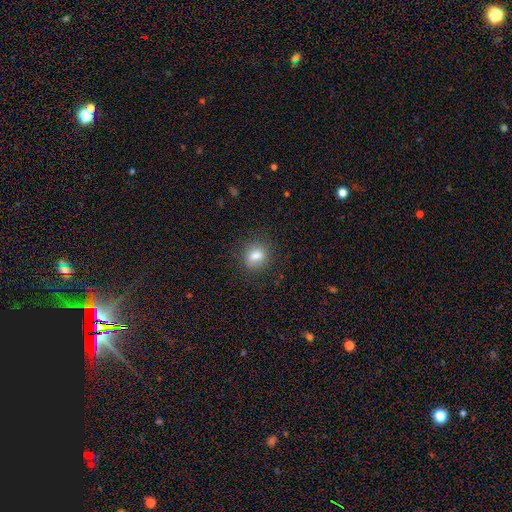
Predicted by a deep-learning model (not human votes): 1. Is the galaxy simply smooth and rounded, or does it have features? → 81% smooth, 10% star or artifact, 8% featured or disk.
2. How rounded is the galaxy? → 61% round, 37% in between, 1% cigar-shaped.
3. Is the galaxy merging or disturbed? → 84% none, 11% minor disturbance, 3% major disturbance, 1% merger.